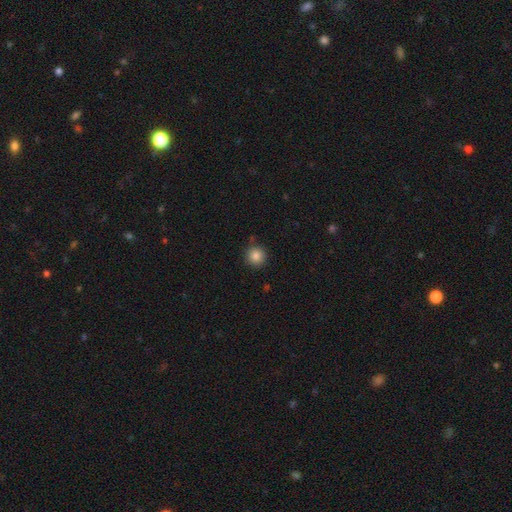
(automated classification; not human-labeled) smooth-or-featured: smooth: 84% | star or artifact: 11% | featured or disk: 5%
  how-rounded: round: 95% | in between: 4% | cigar-shaped: 1%
  merging: none: 87% | minor disturbance: 8% | merger: 2% | major disturbance: 2%